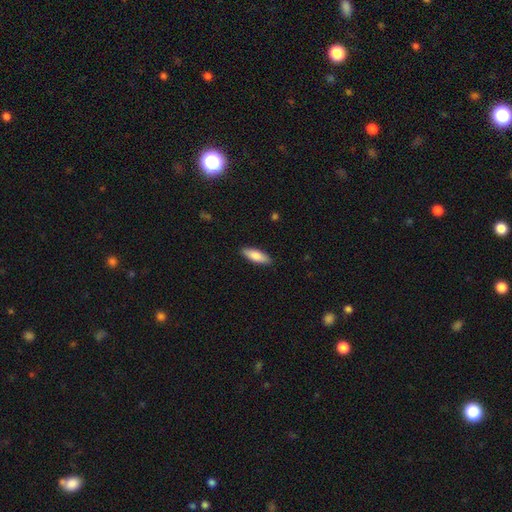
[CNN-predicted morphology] A smooth galaxy with no disk features (81%) that is in between round and cigar-shaped (62%).

Vote fractions:
- Smooth or featured? smooth: 81% / featured or disk: 13% / star or artifact: 5%
- How rounded? in between: 62% / cigar-shaped: 37% / round: 2%
- Merging? none: 89% / minor disturbance: 9% / major disturbance: 2% / merger: 1%